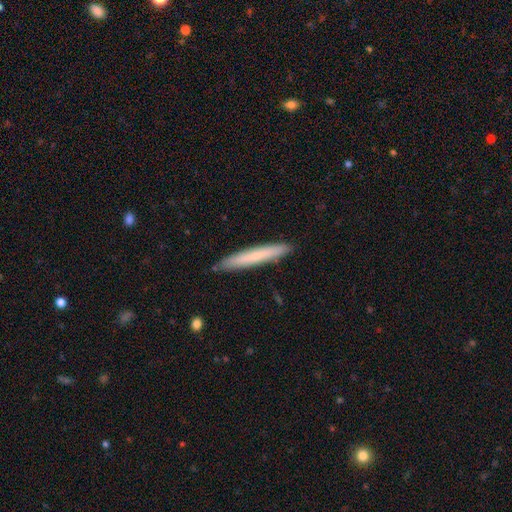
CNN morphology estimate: Smooth or featured? Predicted: smooth (p=0.69). How rounded? Predicted: cigar-shaped (p=0.96). Merging? Predicted: none (p=0.90).